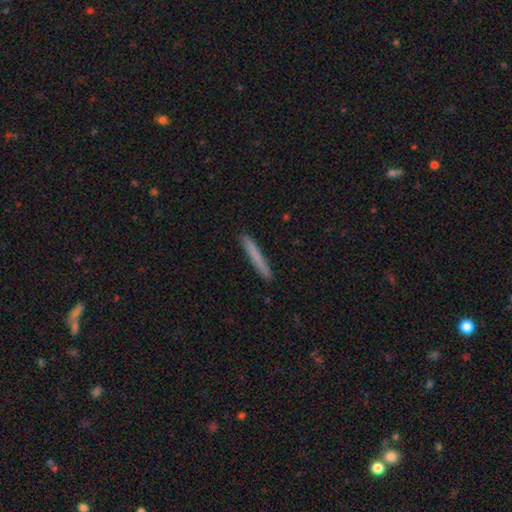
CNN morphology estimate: A smooth galaxy with no disk features (75%) that is cigar-shaped (97%). Merging: none (92%).